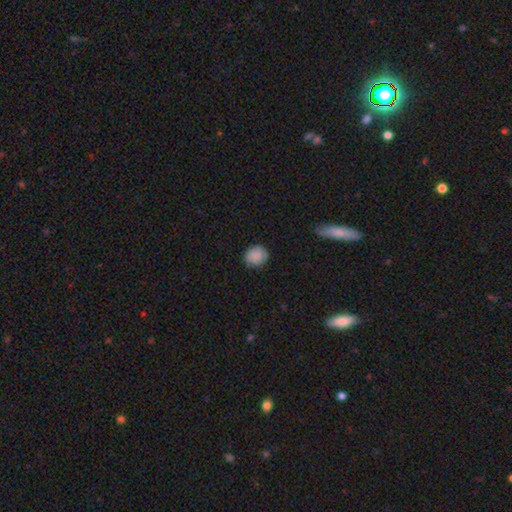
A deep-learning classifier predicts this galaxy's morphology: Smooth or featured: smooth — 88% (star or artifact — 8%)
How rounded: round — 76% (in between — 23%)
Merging: none — 84% (minor disturbance — 12%)